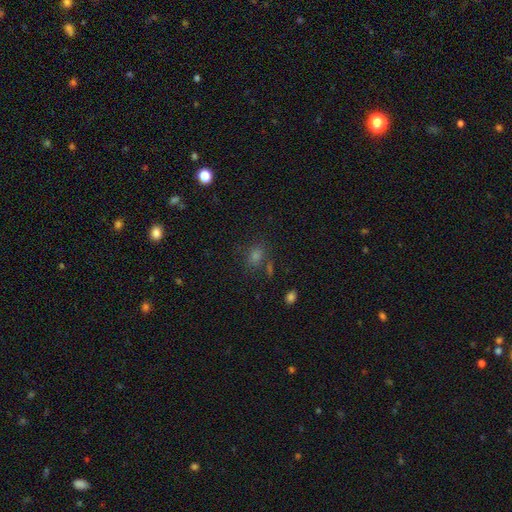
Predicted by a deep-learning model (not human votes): This is possibly a smooth galaxy (59%). How rounded: possibly in between (51%). Merging: likely none (74%).